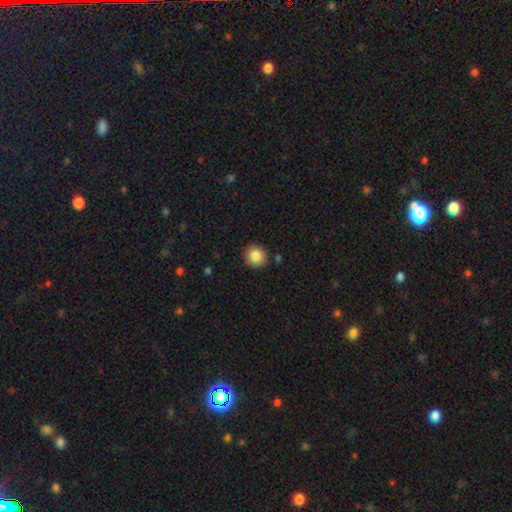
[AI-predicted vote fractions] Smooth or featured?
  - smooth: 85% *
  - star or artifact: 9%
  - featured or disk: 6%
How rounded?
  - round: 92% *
  - in between: 7%
  - cigar-shaped: 1%
Merging?
  - none: 90% *
  - minor disturbance: 7%
  - major disturbance: 2%
  - merger: 2%